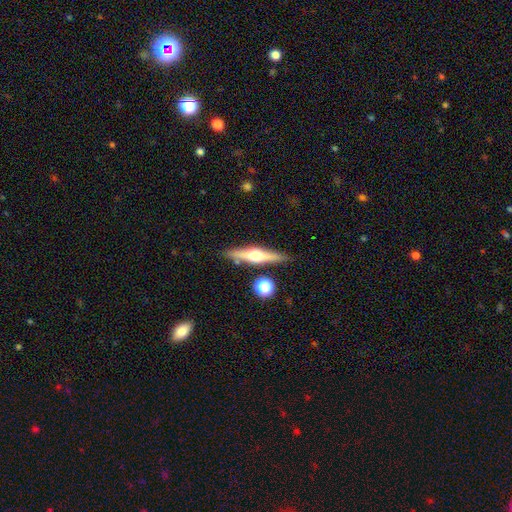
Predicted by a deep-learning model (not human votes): This appears to be a featured or disk galaxy (68%) viewed edge-on (96%) with a rounded central bulge (94%). Merging: none (86%).